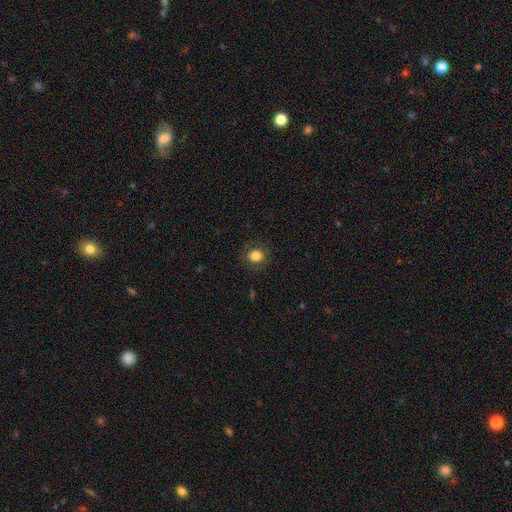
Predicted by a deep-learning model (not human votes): Smooth or featured?
  - smooth: 82% *
  - star or artifact: 10%
  - featured or disk: 8%
How rounded?
  - round: 84% *
  - in between: 16%
  - cigar-shaped: 1%
Merging?
  - none: 86% *
  - minor disturbance: 9%
  - major disturbance: 4%
  - merger: 1%